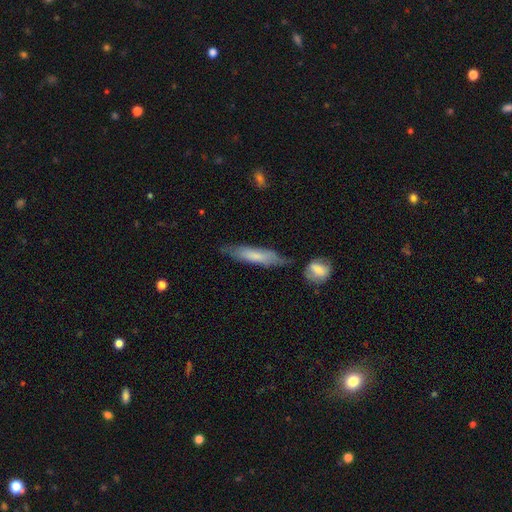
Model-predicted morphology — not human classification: This is likely a smooth galaxy (64%). How rounded: clearly cigar-shaped (81%). Merging: likely none (66%).